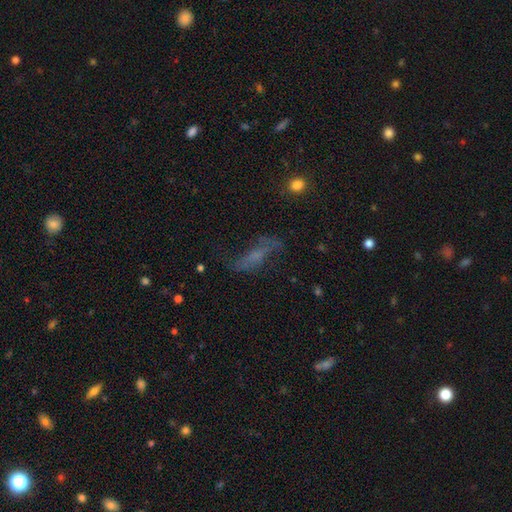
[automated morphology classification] The model was most divided on "smooth or featured": featured or disk: 50%, smooth: 31%, star or artifact: 19%. More confident: merging — none (54%).